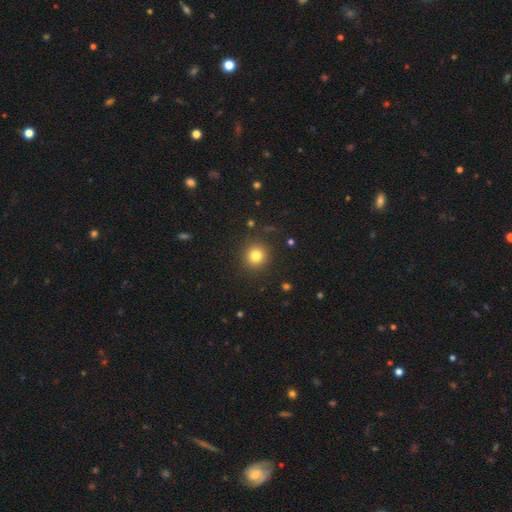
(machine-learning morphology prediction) A smooth galaxy with no disk features (80%) that is round (93%). Merging: none (90%).